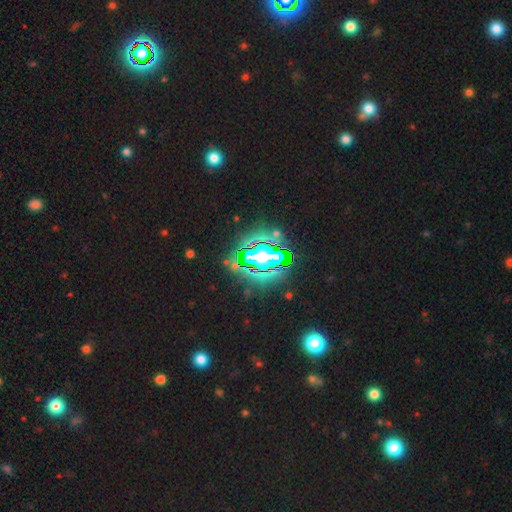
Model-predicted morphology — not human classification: Smooth or featured?
  - star or artifact: 65% *
  - featured or disk: 19%
  - smooth: 16%